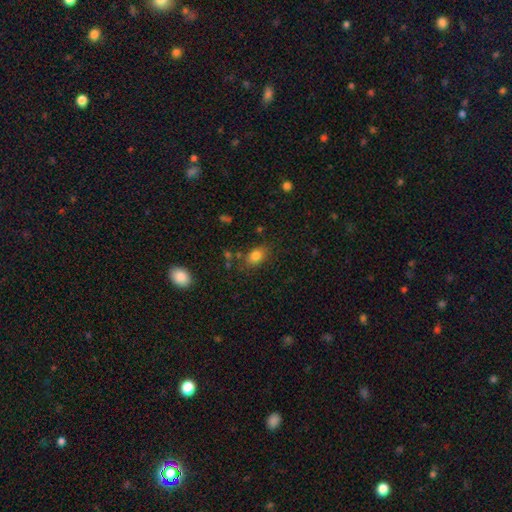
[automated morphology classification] This is clearly a smooth galaxy (81%). How rounded: likely in between (75%). Merging: likely none (76%).